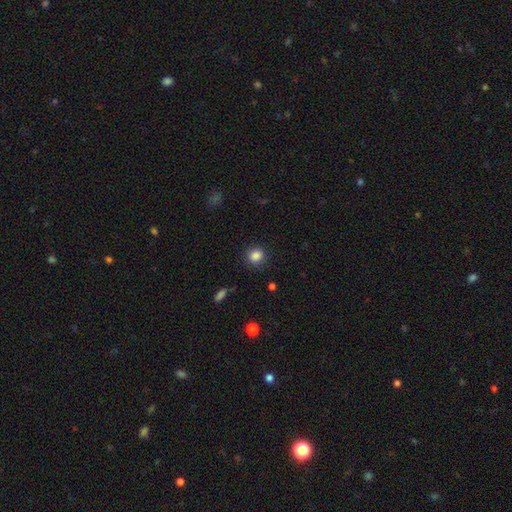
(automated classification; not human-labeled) This is clearly a smooth galaxy (86%). How rounded: clearly round (81%). Merging: clearly none (85%).